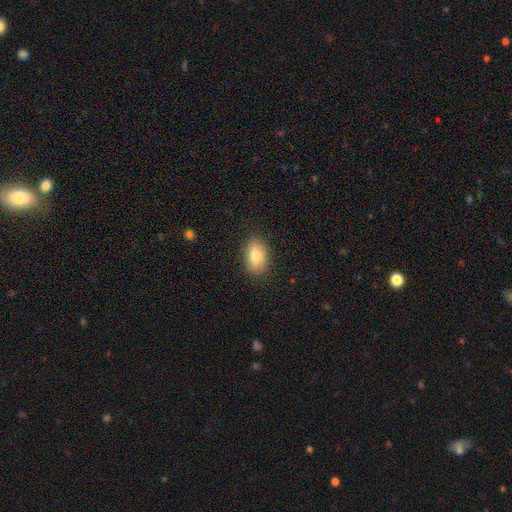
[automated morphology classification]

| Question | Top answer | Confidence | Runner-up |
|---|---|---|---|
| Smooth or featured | smooth | 79% | featured or disk (13%) |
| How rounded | in between | 88% | round (8%) |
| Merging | none | 86% | minor disturbance (11%) |